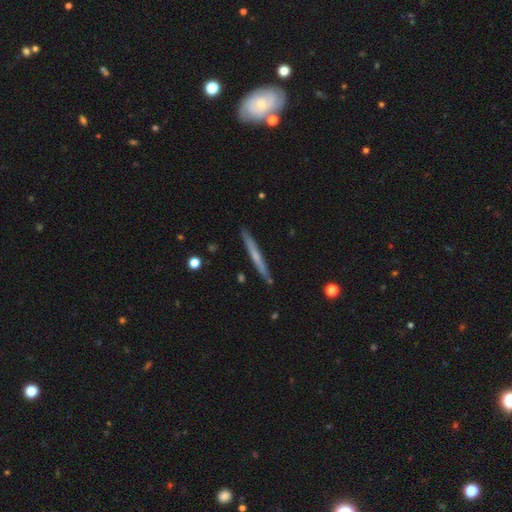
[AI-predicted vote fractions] Smooth or featured? Predicted: featured or disk (p=0.50). Merging? Predicted: none (p=0.90).